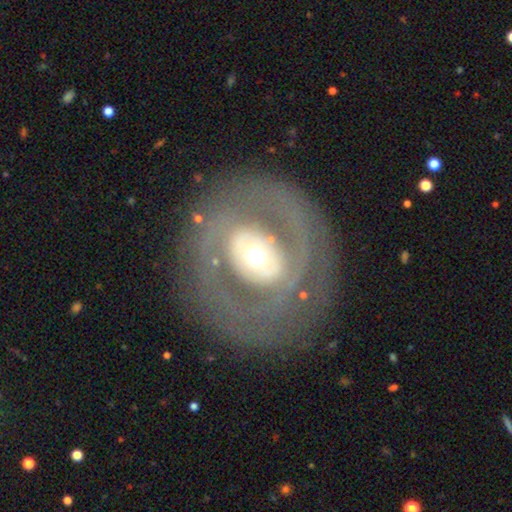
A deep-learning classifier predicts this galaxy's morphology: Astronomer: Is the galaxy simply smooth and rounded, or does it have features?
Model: featured or disk — 72%.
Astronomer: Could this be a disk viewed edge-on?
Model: no — 95%.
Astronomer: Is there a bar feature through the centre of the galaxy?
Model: no — 67%.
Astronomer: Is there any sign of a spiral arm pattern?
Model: no — 58% (runner-up: yes, 42%).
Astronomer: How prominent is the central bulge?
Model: moderate — 59%.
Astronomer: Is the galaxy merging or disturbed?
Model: none — 77%.